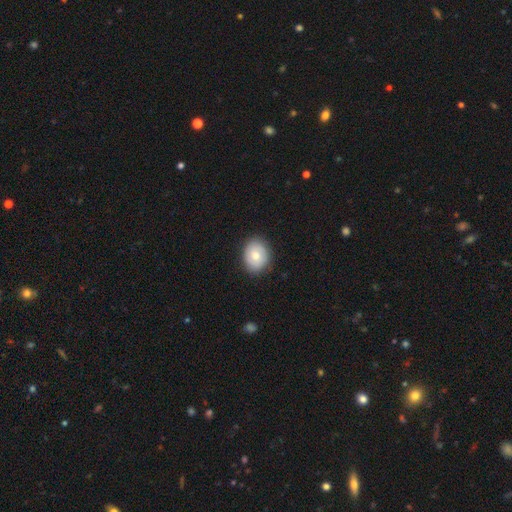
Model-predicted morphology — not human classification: Smooth or featured? Predicted: smooth (p=0.73). How rounded? Predicted: round (p=0.57). Merging? Predicted: none (p=0.86).